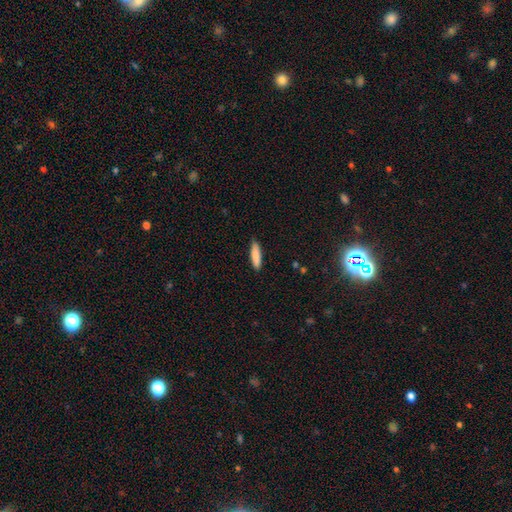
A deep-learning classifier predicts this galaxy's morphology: Smooth or featured: smooth — 85% (featured or disk — 9%)
How rounded: cigar-shaped — 71% (in between — 27%)
Merging: none — 88% (minor disturbance — 9%)